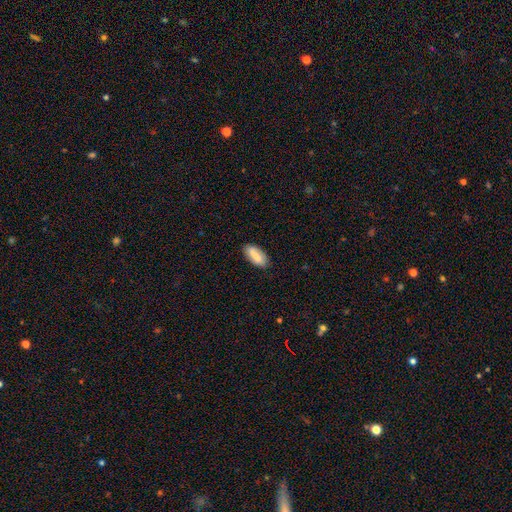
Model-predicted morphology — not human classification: This is likely a smooth galaxy (77%). How rounded: clearly in between (87%). Merging: clearly none (84%).